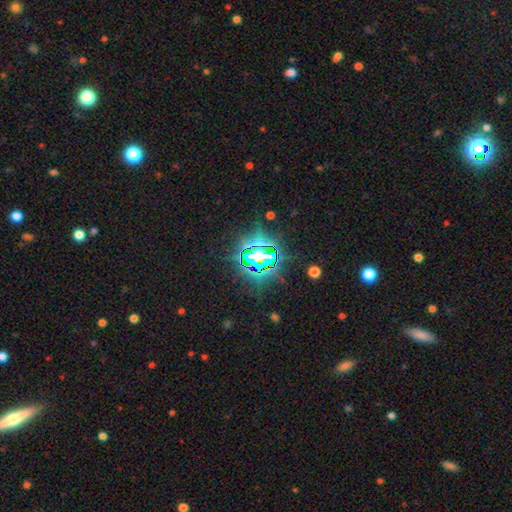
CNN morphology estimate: Smooth or featured?
  - star or artifact: 77% *
  - smooth: 13%
  - featured or disk: 11%